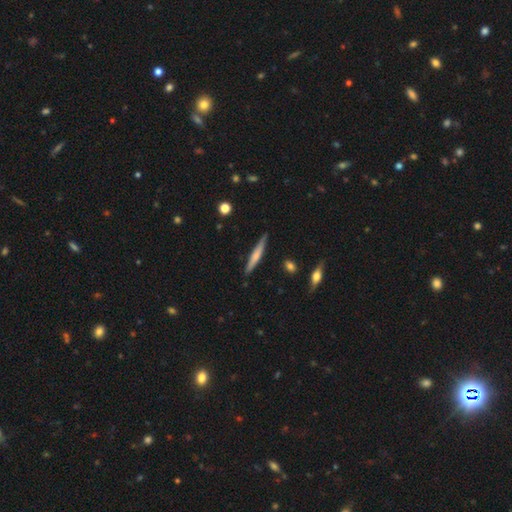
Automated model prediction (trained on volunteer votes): A smooth galaxy with no disk features (54%) that is cigar-shaped (94%).

Vote fractions:
- Smooth or featured? smooth: 54% / featured or disk: 40% / star or artifact: 6%
- How rounded? cigar-shaped: 94% / in between: 5% / round: 2%
- Merging? none: 86% / minor disturbance: 10% / merger: 2% / major disturbance: 2%